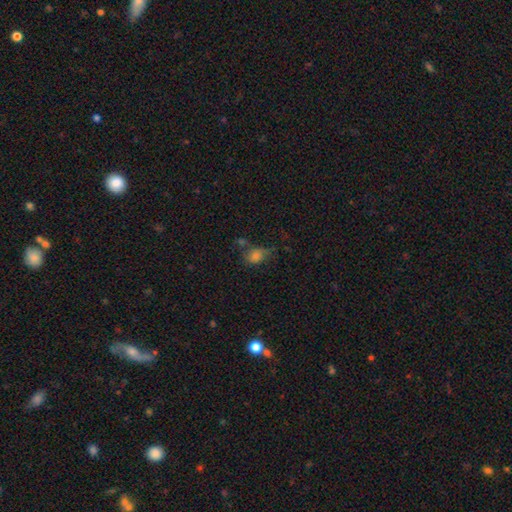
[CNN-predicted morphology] Smooth or featured? Predicted: smooth (p=0.63). How rounded? Predicted: in between (p=0.64). Merging? Predicted: none (p=0.40).